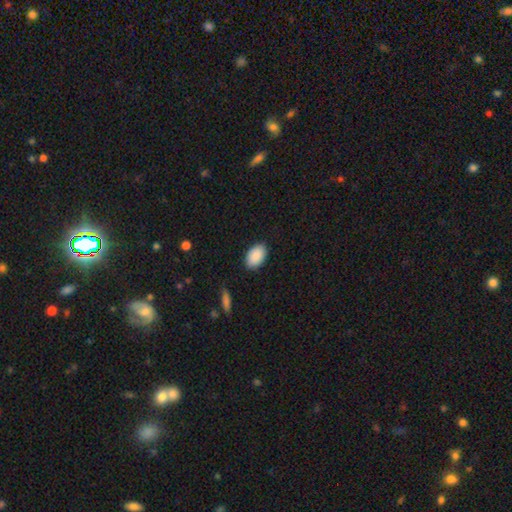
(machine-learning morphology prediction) Smooth or featured?
  - smooth: 91% *
  - star or artifact: 6%
  - featured or disk: 3%
How rounded?
  - in between: 92% *
  - round: 6%
  - cigar-shaped: 1%
Merging?
  - none: 88% *
  - minor disturbance: 9%
  - major disturbance: 2%
  - merger: 1%